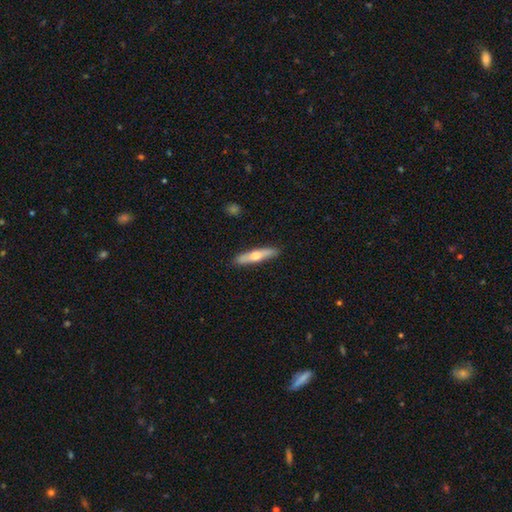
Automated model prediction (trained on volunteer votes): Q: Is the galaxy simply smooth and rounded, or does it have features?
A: smooth — 53%.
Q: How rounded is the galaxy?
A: cigar-shaped — 86%.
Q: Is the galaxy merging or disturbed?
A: none — 89%.